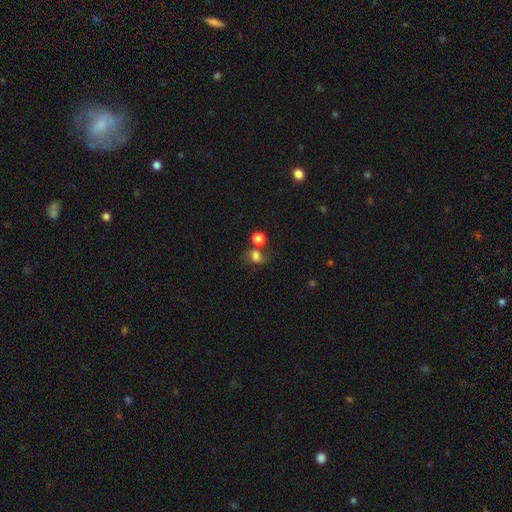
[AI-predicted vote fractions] A smooth galaxy with no disk features (71%) that is round (54%). Merging: none (48%).